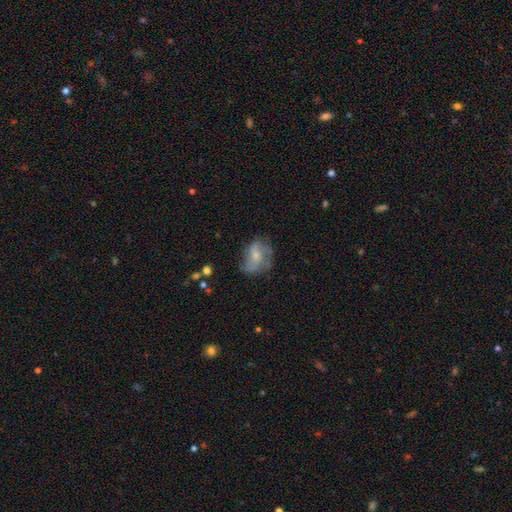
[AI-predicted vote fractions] Smooth or featured: featured or disk — 57% (smooth — 34%)
Edge-on disk: no — 97% (yes — 3%)
Bar: no — 61% (weak — 32%)
Spiral arms: yes — 75% (no — 25%)
Bulge size: small — 53% (moderate — 36%)
Merging: none — 53% (minor disturbance — 27%)